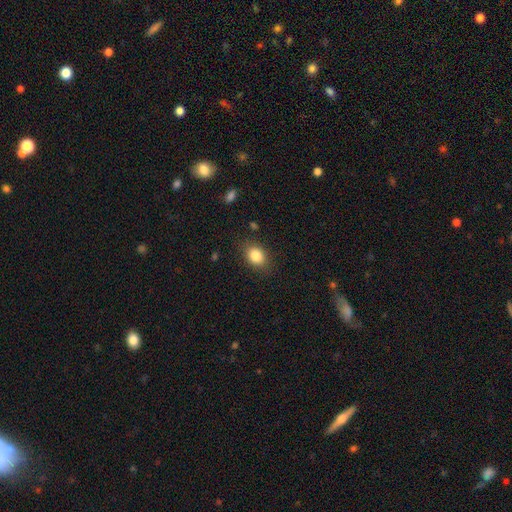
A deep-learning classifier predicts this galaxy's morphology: type=smooth (84%); roundness=in between (64%); merging=none (83%).